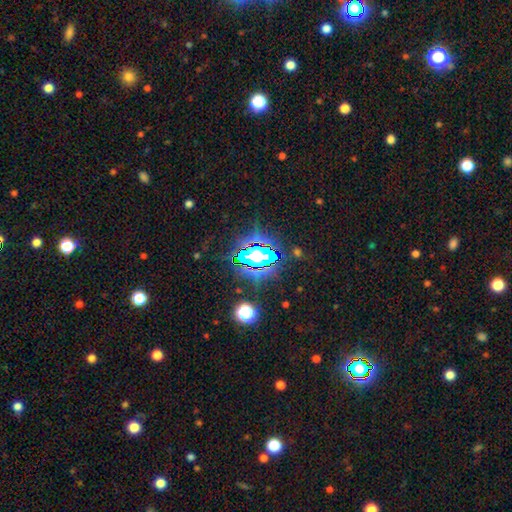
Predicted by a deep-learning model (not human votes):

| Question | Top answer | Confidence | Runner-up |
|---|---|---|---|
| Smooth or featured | star or artifact | 68% | smooth (20%) |